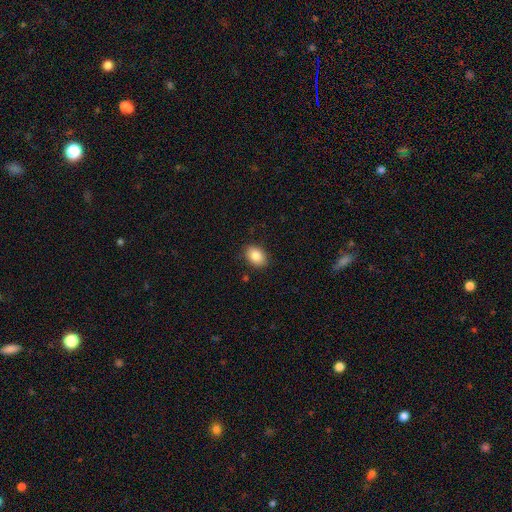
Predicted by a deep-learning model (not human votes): smooth-or-featured: smooth: 87% | star or artifact: 8% | featured or disk: 5%
  how-rounded: in between: 76% | round: 23% | cigar-shaped: 1%
  merging: none: 87% | minor disturbance: 10% | major disturbance: 2% | merger: 1%